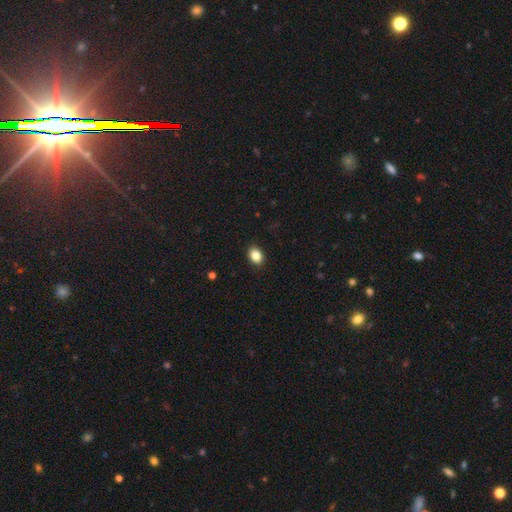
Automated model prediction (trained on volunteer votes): smooth 85%, star or artifact 9%, featured or disk 6%. Down the decision tree: how rounded — in between (74%); merging — none (90%).